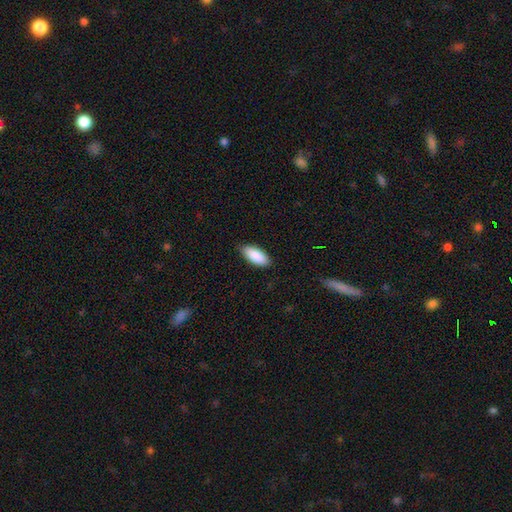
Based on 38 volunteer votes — smooth-or-featured: smooth: 95% | featured or disk: 3% | star or artifact: 3%
  how-rounded: in between: 89% | cigar-shaped: 8% | round: 3%
  merging: none: 78% | minor disturbance: 14% | major disturbance: 5% | merger: 3%